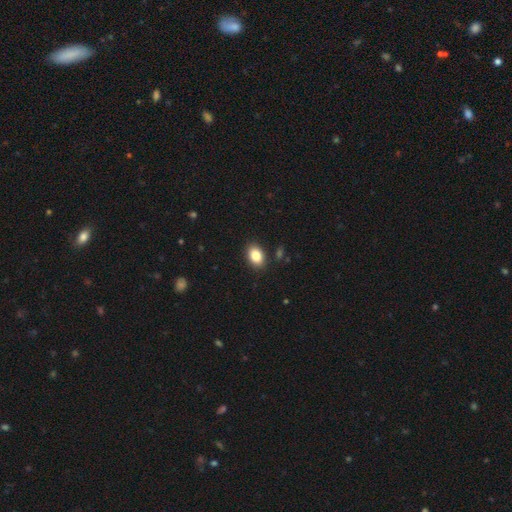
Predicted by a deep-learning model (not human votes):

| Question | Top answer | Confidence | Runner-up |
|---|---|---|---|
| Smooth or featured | smooth | 85% | star or artifact (8%) |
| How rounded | in between | 80% | round (19%) |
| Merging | none | 88% | minor disturbance (8%) |